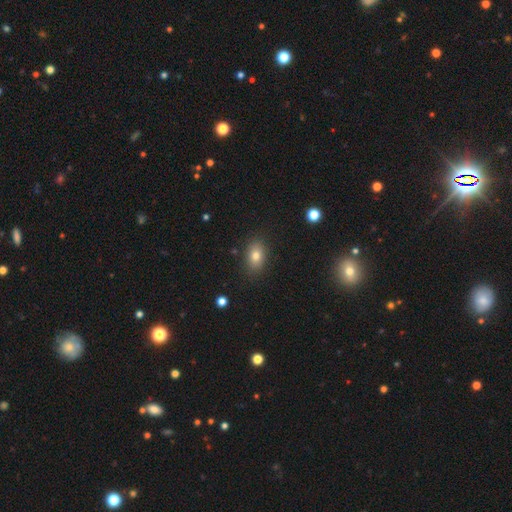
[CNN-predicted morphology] Overall: smooth (79%). How rounded: in between (82%). Merging: none (85%).